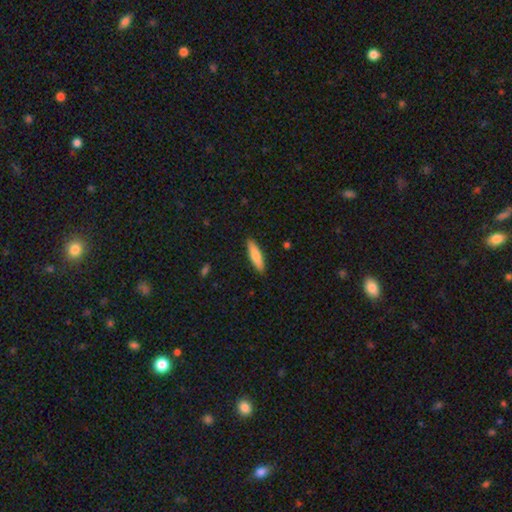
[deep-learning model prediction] smooth_or_featured: smooth (p=0.77) [alt: featured or disk p=0.18]
how_rounded: cigar-shaped (p=0.69) [alt: in between p=0.29]
merging: none (p=0.89) [alt: minor disturbance p=0.08]